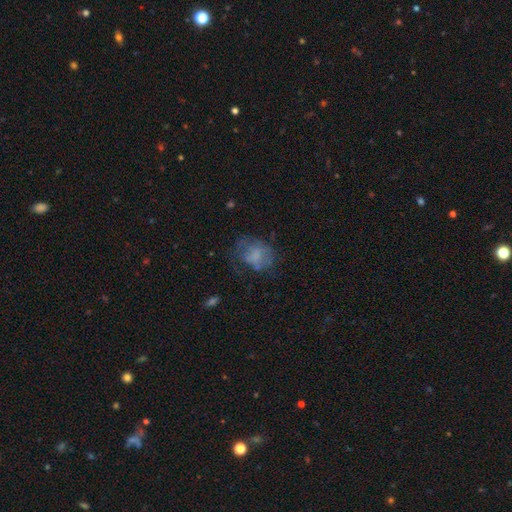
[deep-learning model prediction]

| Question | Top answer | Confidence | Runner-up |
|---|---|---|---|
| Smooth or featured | smooth | 55% | featured or disk (32%) |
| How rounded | in between | 52% | round (47%) |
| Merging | none | 45% | major disturbance (27%) |